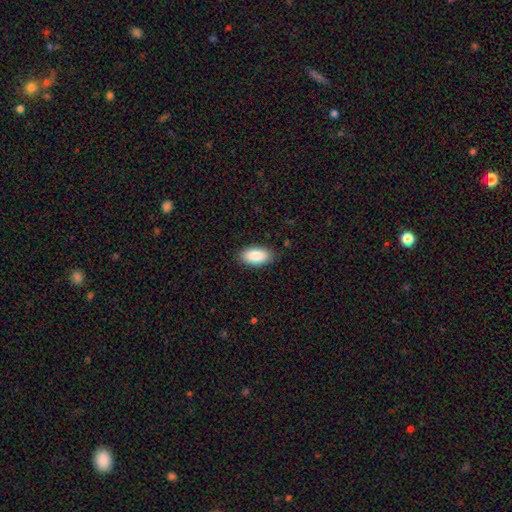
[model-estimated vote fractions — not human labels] A smooth galaxy with no disk features (89%) that is in between round and cigar-shaped (94%).

Vote fractions:
- Smooth or featured? smooth: 89% / star or artifact: 6% / featured or disk: 5%
- How rounded? in between: 94% / cigar-shaped: 3% / round: 2%
- Merging? none: 87% / minor disturbance: 10% / major disturbance: 2% / merger: 1%